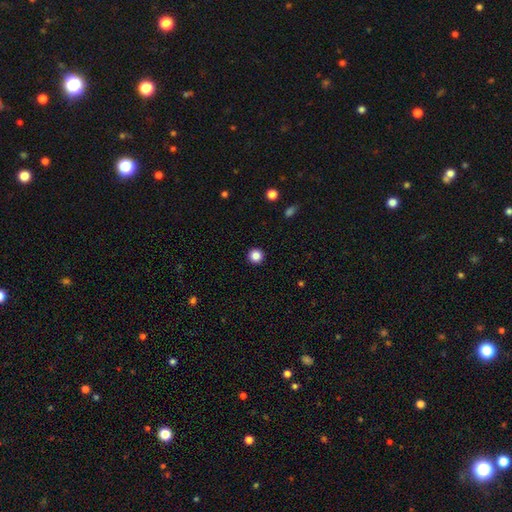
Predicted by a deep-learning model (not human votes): Smooth or featured? Predicted: smooth (p=0.85). How rounded? Predicted: round (p=0.96). Merging? Predicted: none (p=0.93).